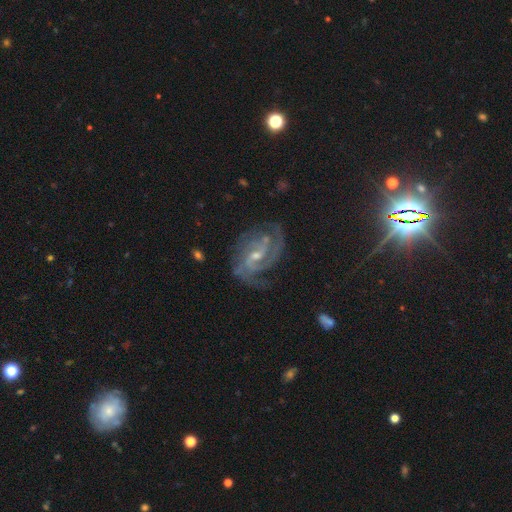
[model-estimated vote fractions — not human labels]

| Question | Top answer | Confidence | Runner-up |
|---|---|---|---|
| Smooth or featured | featured or disk | 87% | star or artifact (8%) |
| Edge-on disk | no | 97% | yes (3%) |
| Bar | weak | 51% | no (28%) |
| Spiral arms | yes | 97% | no (3%) |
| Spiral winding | tight | 48% | medium (43%) |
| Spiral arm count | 3 | 34% | 2 (29%) |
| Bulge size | small | 56% | moderate (40%) |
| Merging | none | 69% | minor disturbance (19%) |